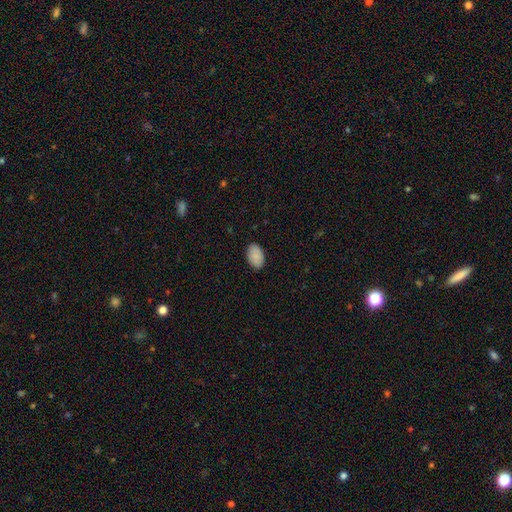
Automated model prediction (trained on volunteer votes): Smooth or featured: smooth — 88% (star or artifact — 7%)
How rounded: in between — 92% (round — 7%)
Merging: none — 87% (minor disturbance — 10%)